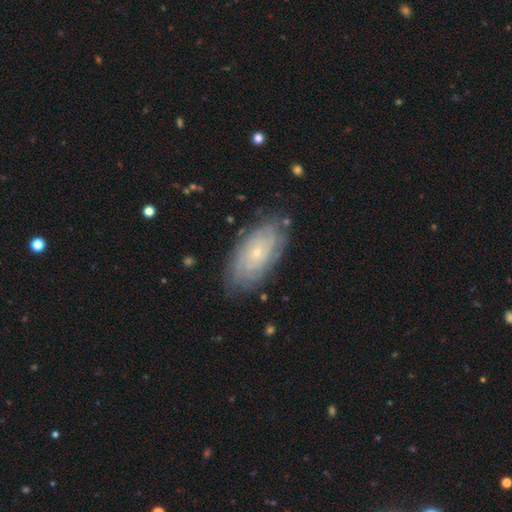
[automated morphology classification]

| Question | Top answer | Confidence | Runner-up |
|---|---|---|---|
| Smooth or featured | featured or disk | 64% | smooth (27%) |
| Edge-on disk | no | 91% | yes (9%) |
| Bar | no | 84% | weak (14%) |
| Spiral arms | yes | 83% | no (17%) |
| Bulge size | small | 81% | moderate (15%) |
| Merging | none | 81% | minor disturbance (14%) |